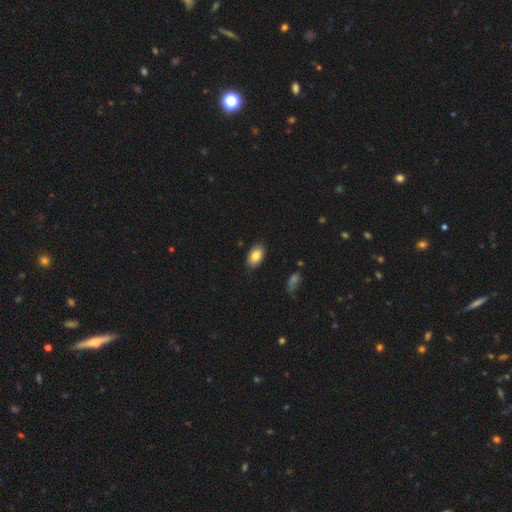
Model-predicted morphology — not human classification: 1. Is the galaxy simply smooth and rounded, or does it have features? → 83% smooth, 10% featured or disk, 7% star or artifact.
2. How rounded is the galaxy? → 92% in between, 7% round, 2% cigar-shaped.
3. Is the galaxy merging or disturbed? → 86% none, 10% minor disturbance, 2% major disturbance, 1% merger.